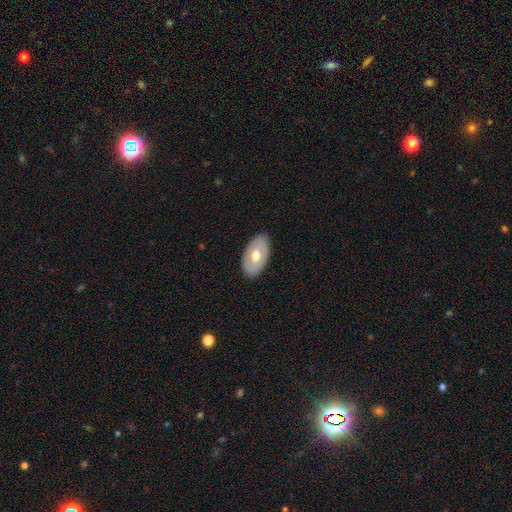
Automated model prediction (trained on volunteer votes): Smooth or featured? smooth (50%)
How rounded? in between (92%)
Merging? none (85%)